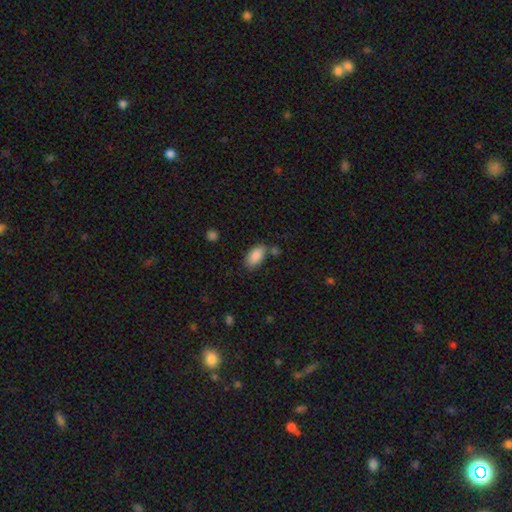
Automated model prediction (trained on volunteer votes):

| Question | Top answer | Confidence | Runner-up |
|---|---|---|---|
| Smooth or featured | smooth | 89% | star or artifact (7%) |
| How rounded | in between | 94% | cigar-shaped (3%) |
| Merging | none | 73% | minor disturbance (15%) |